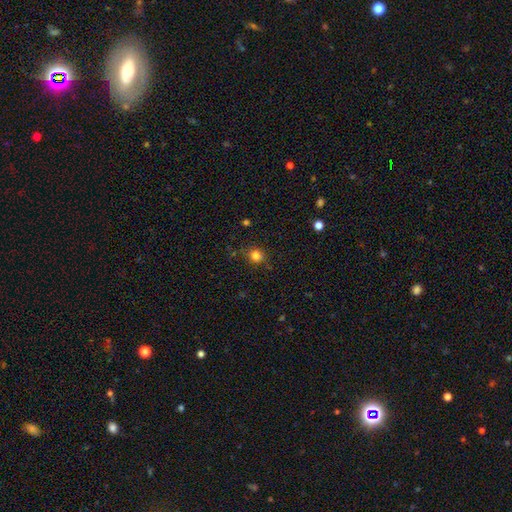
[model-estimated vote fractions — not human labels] This is clearly a smooth galaxy (82%). How rounded: clearly round (85%). Merging: clearly none (83%).